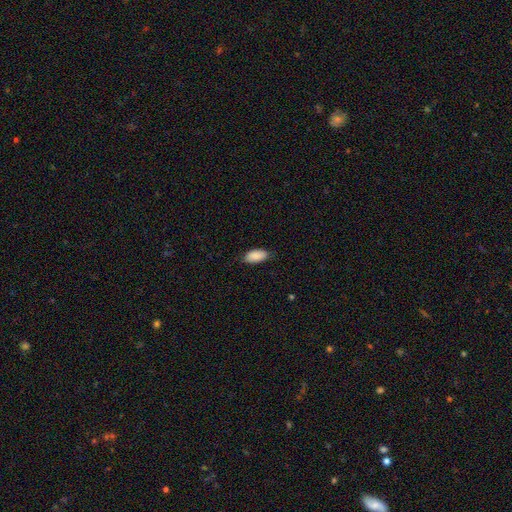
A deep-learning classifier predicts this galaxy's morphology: Smooth or featured? Predicted: smooth (p=0.89). How rounded? Predicted: in between (p=0.93). Merging? Predicted: none (p=0.79).